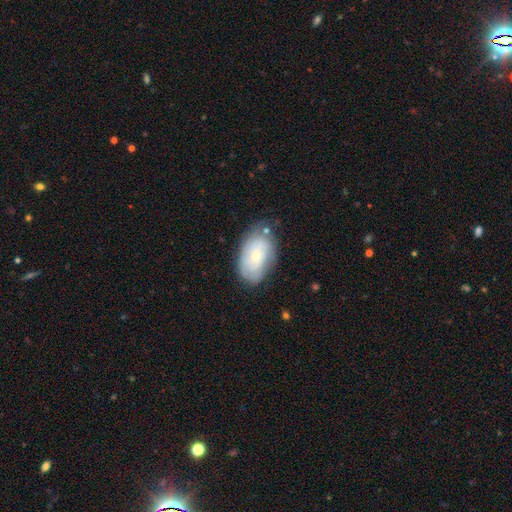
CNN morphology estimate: featured or disk 53%, smooth 40%, star or artifact 7%. Down the decision tree: edge-on disk — no (94%); bar — no (78%); spiral arms — yes (72%); bulge size — small (71%); merging — none (64%).